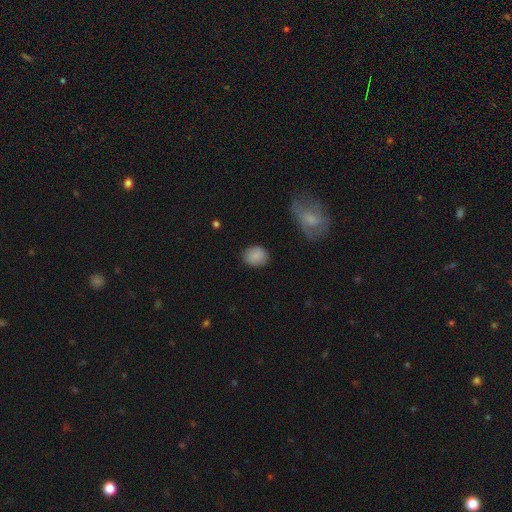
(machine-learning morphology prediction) Smooth or featured: smooth — 86% (star or artifact — 8%)
How rounded: in between — 54% (round — 45%)
Merging: none — 83% (minor disturbance — 13%)